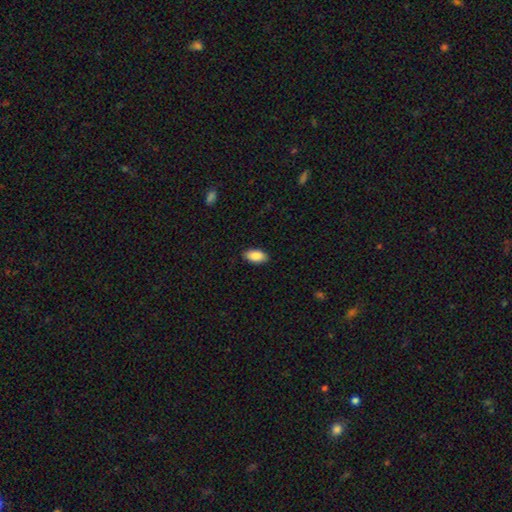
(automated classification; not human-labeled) Smooth or featured? Predicted: smooth (p=0.88). How rounded? Predicted: in between (p=0.94). Merging? Predicted: none (p=0.88).